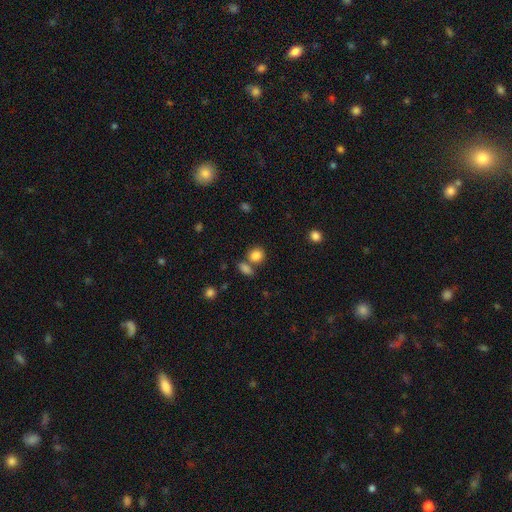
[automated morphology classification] Smooth or featured? smooth (85%)
How rounded? round (68%)
Merging? none (59%)